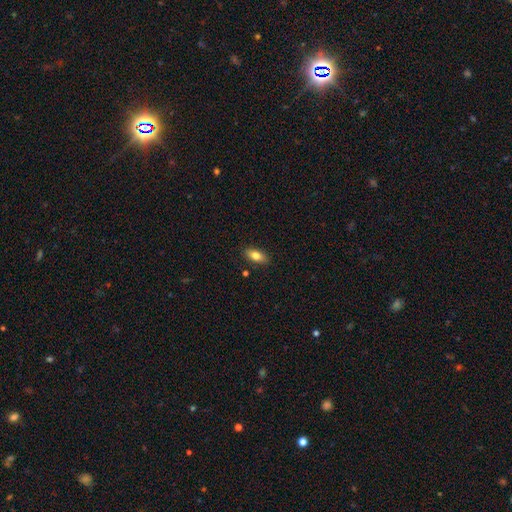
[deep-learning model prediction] Smooth or featured? Predicted: smooth (p=0.77). How rounded? Predicted: in between (p=0.83). Merging? Predicted: none (p=0.87).